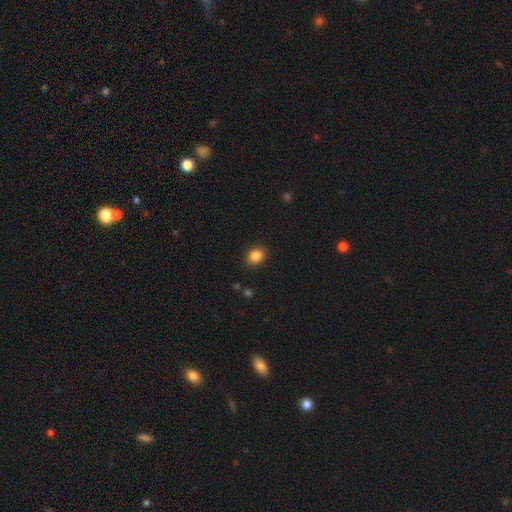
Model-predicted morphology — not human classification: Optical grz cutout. It shows a smooth galaxy with no disk features (86%) that is round (50%). Merging: none (89%).